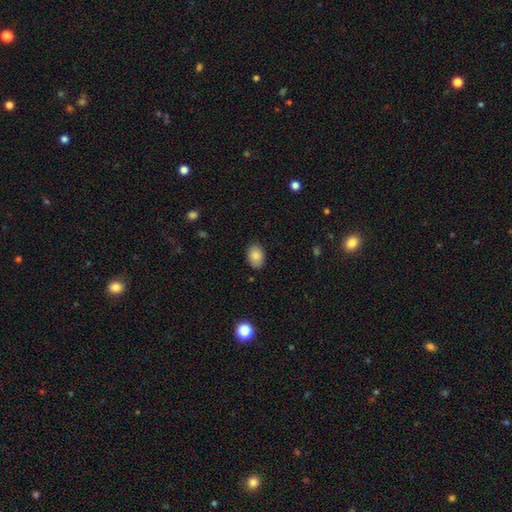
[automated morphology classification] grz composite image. It shows a smooth galaxy with no disk features (86%) that is in between round and cigar-shaped (78%). Merging: none (86%).